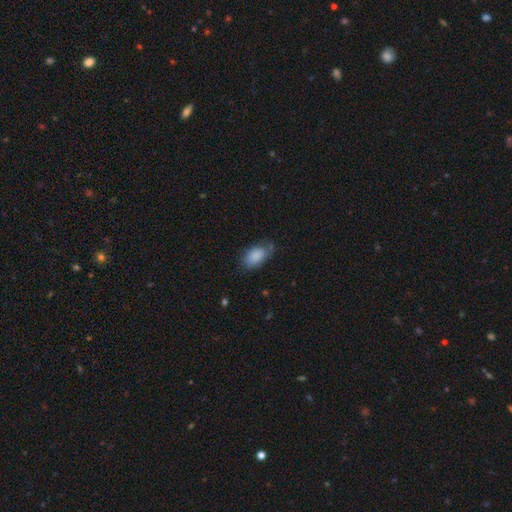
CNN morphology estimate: Smooth or featured? Predicted: smooth (p=0.86). How rounded? Predicted: in between (p=0.91). Merging? Predicted: none (p=0.61).